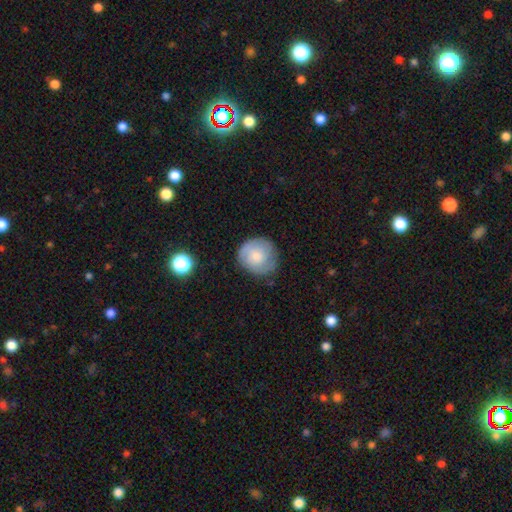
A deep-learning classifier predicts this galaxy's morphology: This appears to be a smooth galaxy with no disk features (66%) that is round (86%). Merging: none (70%).